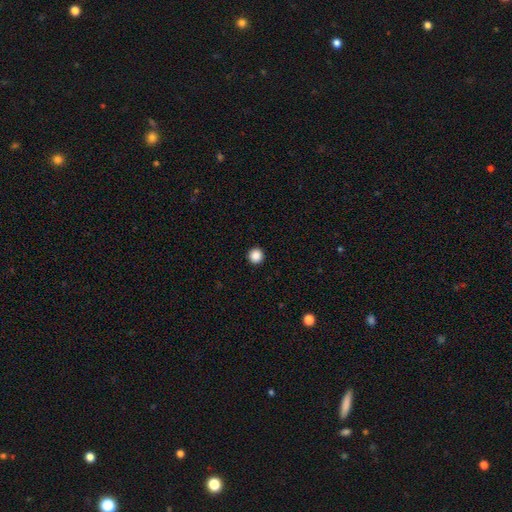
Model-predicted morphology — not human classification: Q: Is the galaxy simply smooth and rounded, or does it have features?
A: smooth — 88%.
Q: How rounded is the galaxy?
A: round — 96%.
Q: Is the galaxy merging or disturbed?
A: none — 94%.